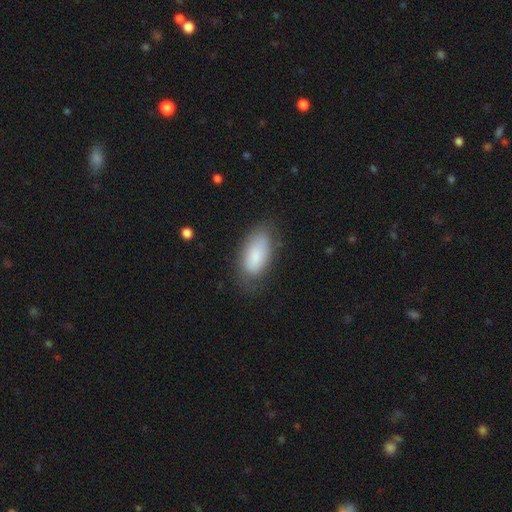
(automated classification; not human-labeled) Smooth or featured? Predicted: smooth (p=0.80). How rounded? Predicted: in between (p=0.91). Merging? Predicted: none (p=0.69).